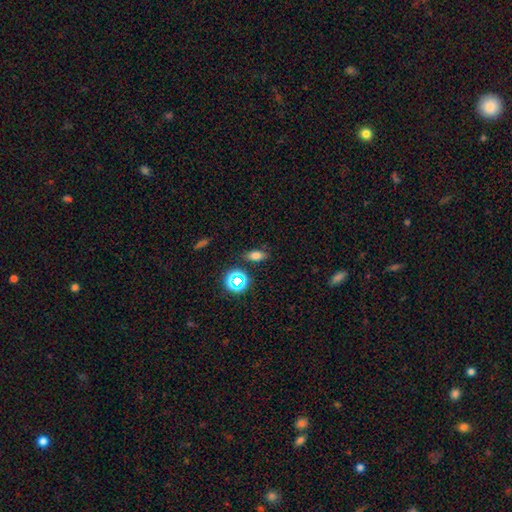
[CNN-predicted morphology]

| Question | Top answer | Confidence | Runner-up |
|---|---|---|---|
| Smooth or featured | smooth | 72% | star or artifact (19%) |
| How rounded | in between | 79% | round (13%) |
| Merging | none | 81% | minor disturbance (13%) |